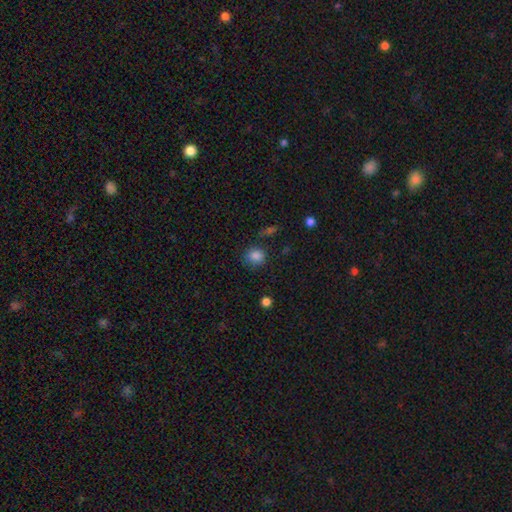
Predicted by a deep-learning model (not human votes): smooth 84%, star or artifact 11%, featured or disk 5%. Down the decision tree: how rounded — round (81%); merging — none (76%).